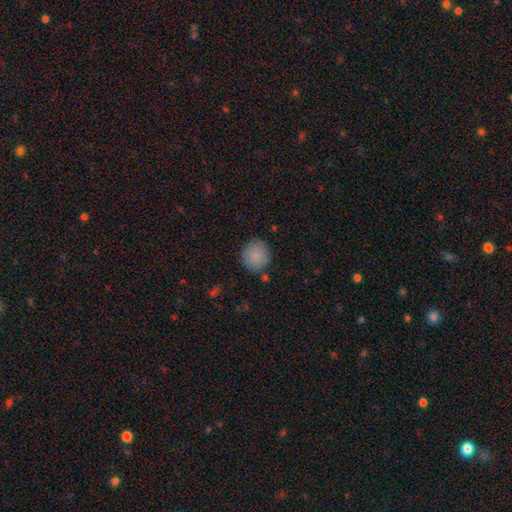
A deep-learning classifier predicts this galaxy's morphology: Q: Smooth or featured?
A: smooth (87%); runner-up: star or artifact (8%)
Q: How rounded?
A: round (92%); runner-up: in between (7%)
Q: Merging?
A: none (86%); runner-up: minor disturbance (8%)